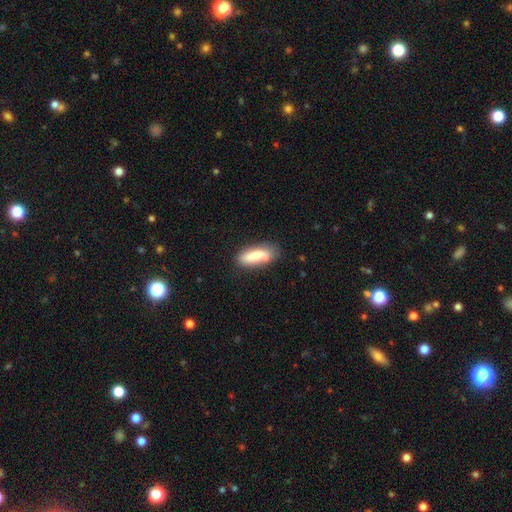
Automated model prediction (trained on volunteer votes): Smooth or featured? Predicted: smooth (p=0.77). How rounded? Predicted: in between (p=0.58). Merging? Predicted: none (p=0.64).